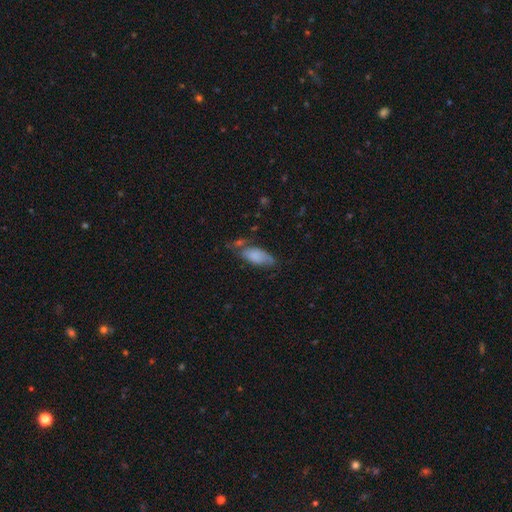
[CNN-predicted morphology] Q: Smooth or featured?
A: smooth (73%); runner-up: featured or disk (19%)
Q: How rounded?
A: in between (85%); runner-up: cigar-shaped (12%)
Q: Merging?
A: none (42%); runner-up: minor disturbance (32%)